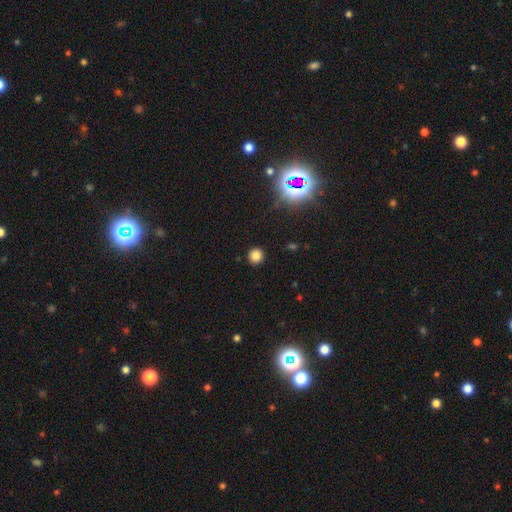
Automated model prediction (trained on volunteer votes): A smooth galaxy with no disk features (81%) that is round (93%). Merging: none (92%).